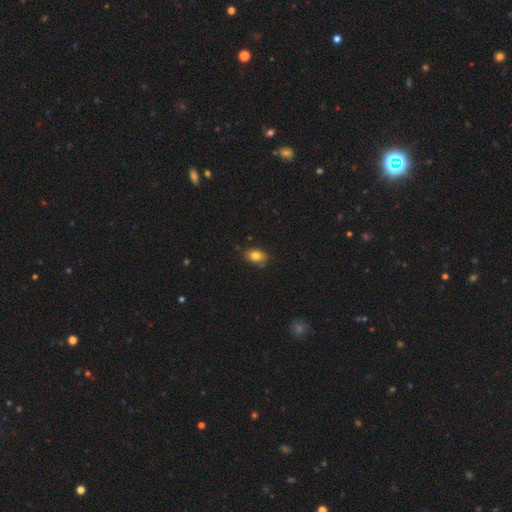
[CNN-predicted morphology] smooth-or-featured: smooth: 81% | star or artifact: 10% | featured or disk: 9%
  how-rounded: in between: 72% | round: 27% | cigar-shaped: 1%
  merging: none: 73% | minor disturbance: 21% | major disturbance: 3% | merger: 2%